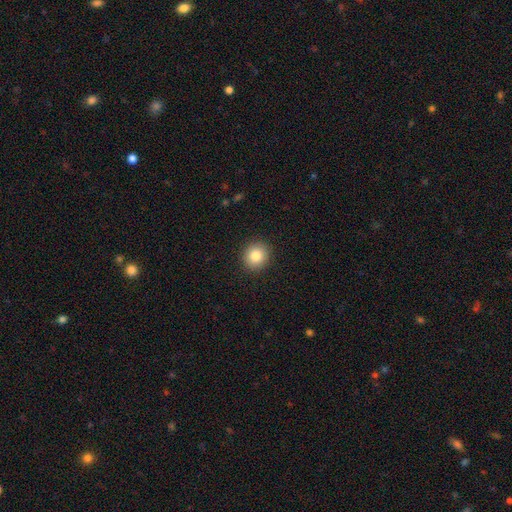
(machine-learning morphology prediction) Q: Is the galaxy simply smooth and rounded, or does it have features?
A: smooth — 83%.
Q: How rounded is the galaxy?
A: round — 87%.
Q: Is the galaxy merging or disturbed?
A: none — 91%.